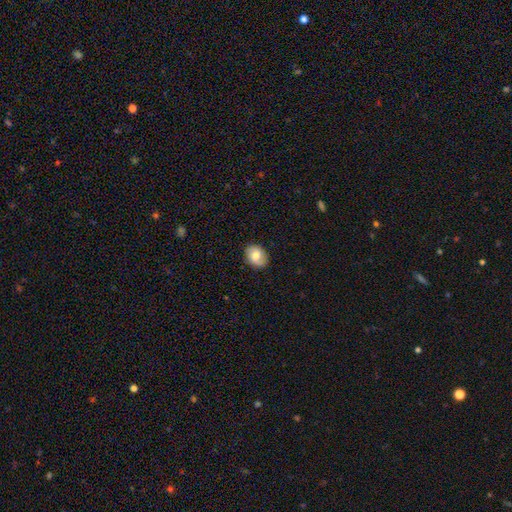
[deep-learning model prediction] Smooth or featured: smooth — 72% (featured or disk — 20%)
How rounded: in between — 58% (round — 41%)
Merging: none — 85% (minor disturbance — 12%)